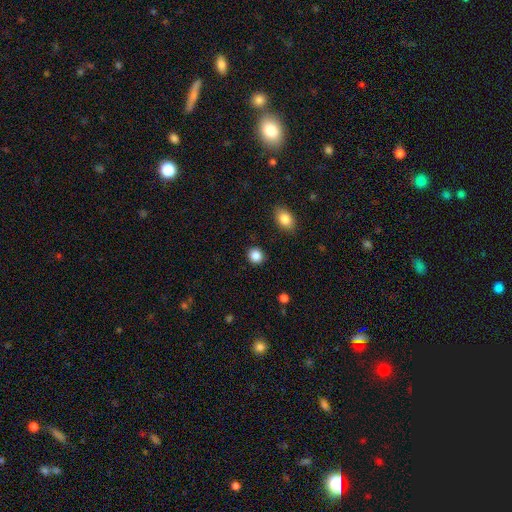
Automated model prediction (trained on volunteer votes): smooth_or_featured: smooth (p=0.87) [alt: star or artifact p=0.10]
how_rounded: round (p=0.83) [alt: in between p=0.16]
merging: none (p=0.89) [alt: minor disturbance p=0.07]